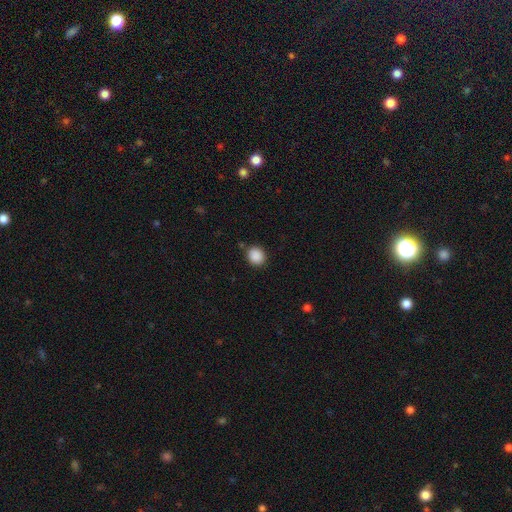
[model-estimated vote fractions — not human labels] Smooth or featured?
  - smooth: 89% *
  - star or artifact: 9%
  - featured or disk: 3%
How rounded?
  - round: 77% *
  - in between: 22%
  - cigar-shaped: 1%
Merging?
  - none: 85% *
  - minor disturbance: 9%
  - major disturbance: 3%
  - merger: 2%